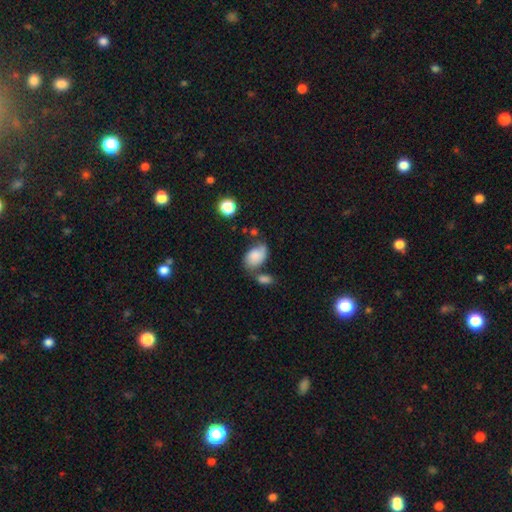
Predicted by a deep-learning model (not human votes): Smooth or featured? Predicted: smooth (p=0.73). How rounded? Predicted: in between (p=0.88). Merging? Predicted: none (p=0.38).